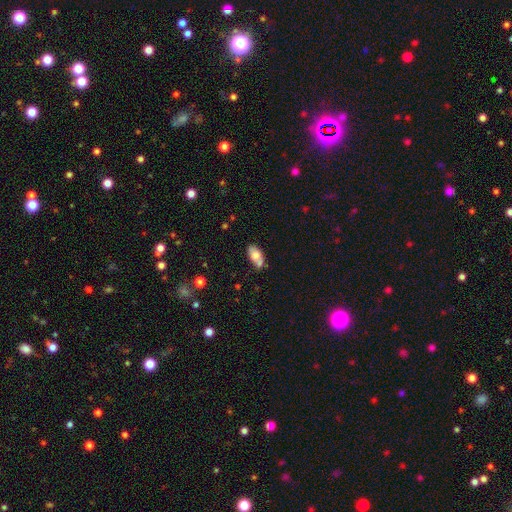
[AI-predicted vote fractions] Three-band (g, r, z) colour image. It shows a smooth galaxy with no disk features (70%) that is in between round and cigar-shaped (91%). Merging: none (54%).